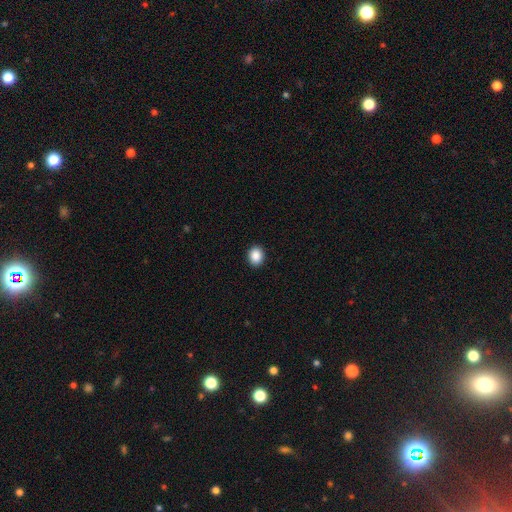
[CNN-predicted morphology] The model was most divided on "how rounded": round: 56%, in between: 43%, cigar-shaped: 1%. More confident: merging — none (92%); smooth or featured — smooth (88%).